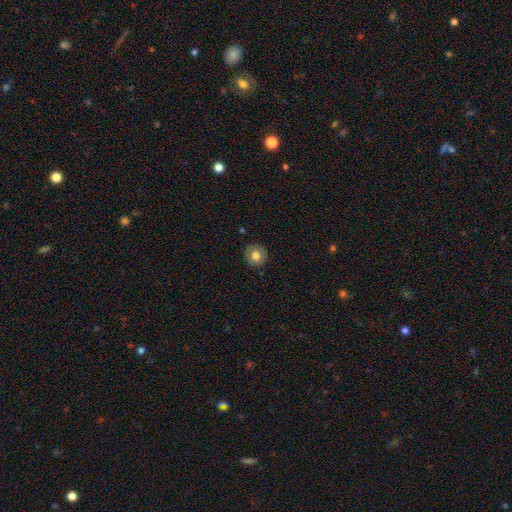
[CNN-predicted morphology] A smooth galaxy with no disk features (73%) that is round (91%). Merging: none (88%).